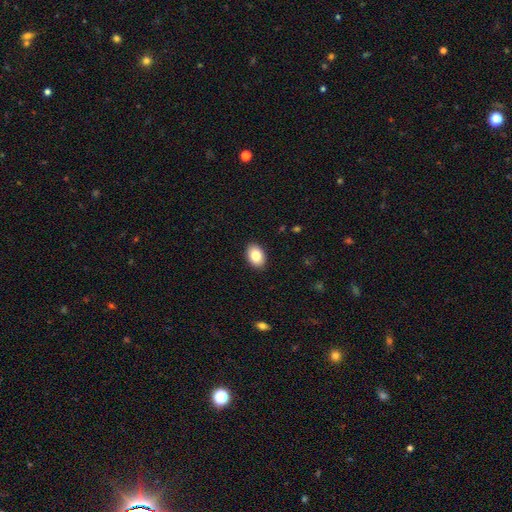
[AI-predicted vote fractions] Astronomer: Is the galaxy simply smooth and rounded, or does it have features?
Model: smooth — 84%.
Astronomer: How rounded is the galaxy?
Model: in between — 85%.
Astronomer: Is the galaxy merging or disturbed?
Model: none — 90%.